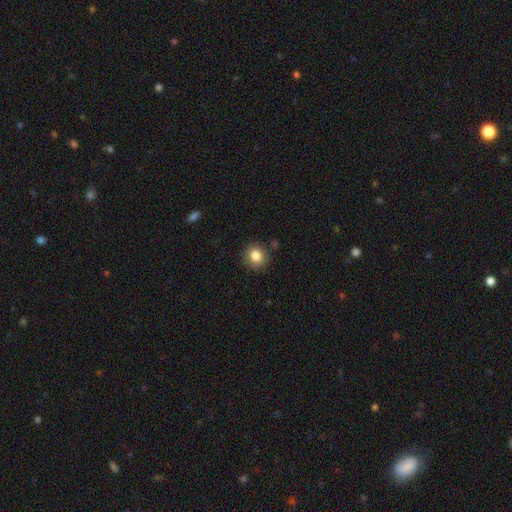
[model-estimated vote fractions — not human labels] Smooth or featured?
  - smooth: 84% *
  - star or artifact: 10%
  - featured or disk: 6%
How rounded?
  - round: 85% *
  - in between: 14%
  - cigar-shaped: 1%
Merging?
  - none: 86% *
  - minor disturbance: 9%
  - major disturbance: 2%
  - merger: 2%